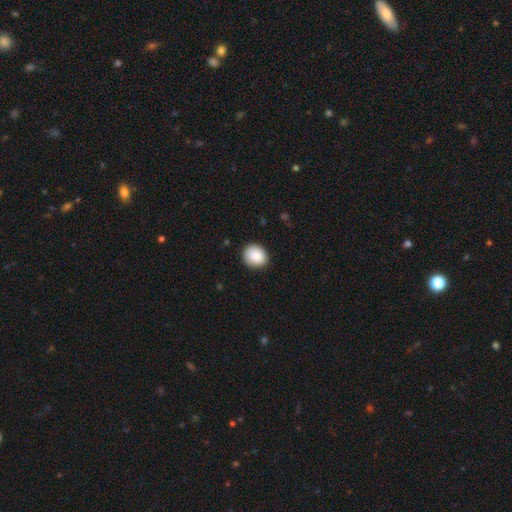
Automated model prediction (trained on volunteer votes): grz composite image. It shows a smooth galaxy with no disk features (88%) that is round (67%). Merging: none (86%).